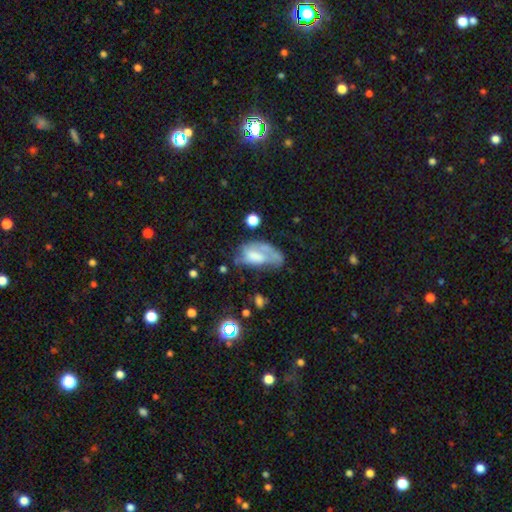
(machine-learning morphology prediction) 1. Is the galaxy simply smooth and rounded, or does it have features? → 48% featured or disk, 43% smooth, 9% star or artifact.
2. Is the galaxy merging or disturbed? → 36% major disturbance, 29% none, 26% minor disturbance, 9% merger.